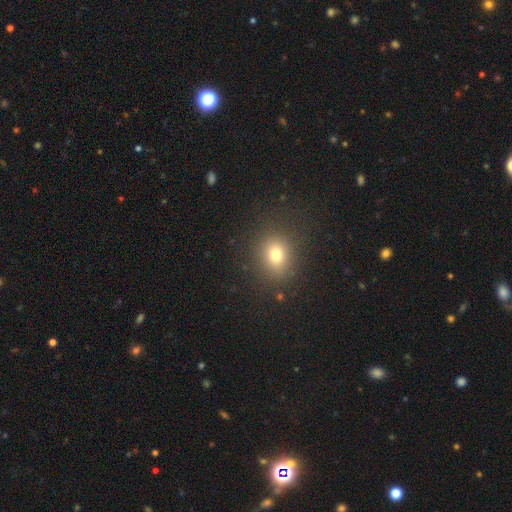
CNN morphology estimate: Smooth or featured: smooth — 64% (star or artifact — 29%)
How rounded: round — 74% (in between — 24%)
Merging: none — 90% (minor disturbance — 6%)